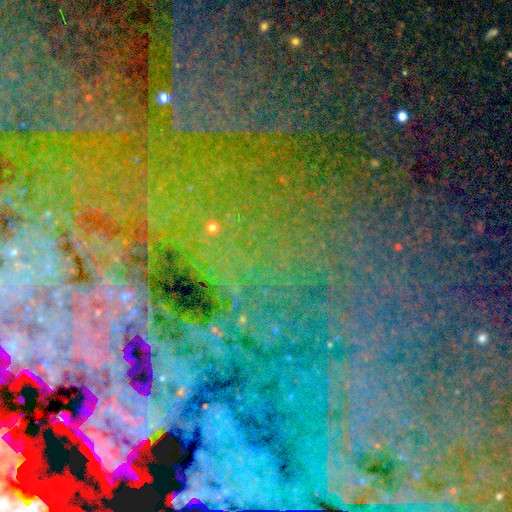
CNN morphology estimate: type=star or artifact (78%).